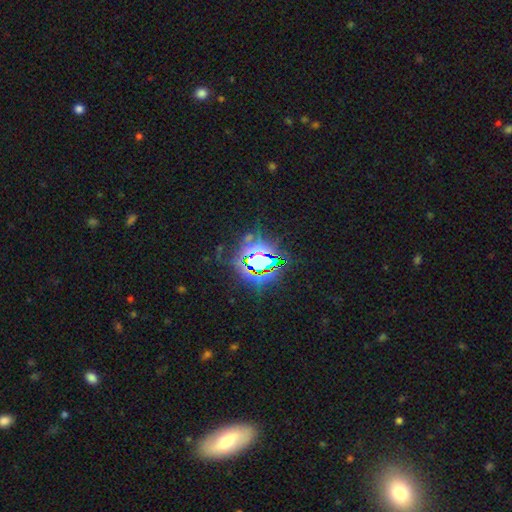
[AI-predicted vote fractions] This is clearly a star or artifact rather than a galaxy (82%).